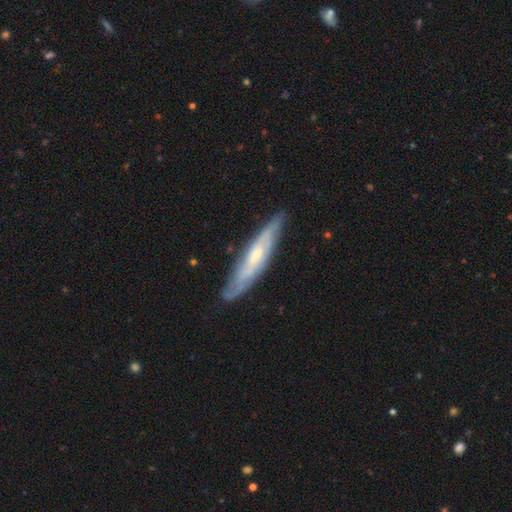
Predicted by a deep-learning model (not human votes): Morphology: type=featured or disk (70%); edge-on=yes (55%); merging=none (77%).